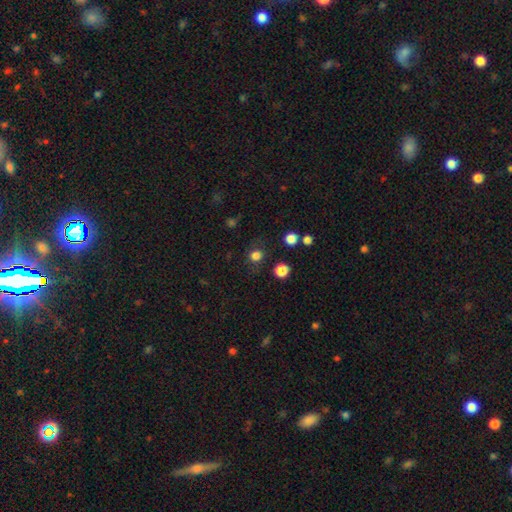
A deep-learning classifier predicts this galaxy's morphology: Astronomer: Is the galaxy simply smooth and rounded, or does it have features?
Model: smooth — 79%.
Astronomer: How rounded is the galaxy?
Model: round — 84%.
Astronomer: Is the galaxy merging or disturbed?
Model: none — 81%.